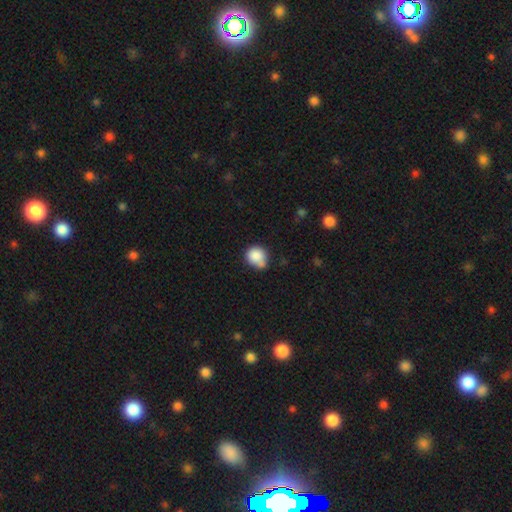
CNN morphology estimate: A smooth galaxy with no disk features (84%) that is round (80%).

Vote fractions:
- Smooth or featured? smooth: 84% / star or artifact: 9% / featured or disk: 7%
- How rounded? round: 80% / in between: 19% / cigar-shaped: 1%
- Merging? none: 52% / minor disturbance: 25% / merger: 17% / major disturbance: 6%